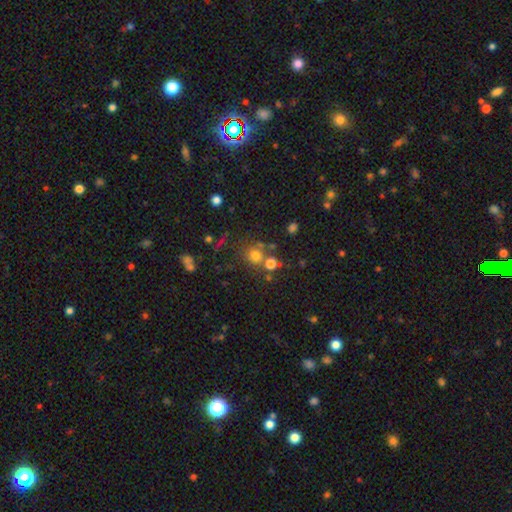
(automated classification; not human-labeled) smooth-or-featured: smooth: 70% | star or artifact: 20% | featured or disk: 10%
  how-rounded: round: 85% | in between: 14% | cigar-shaped: 1%
  merging: none: 62% | merger: 22% | minor disturbance: 10% | major disturbance: 6%